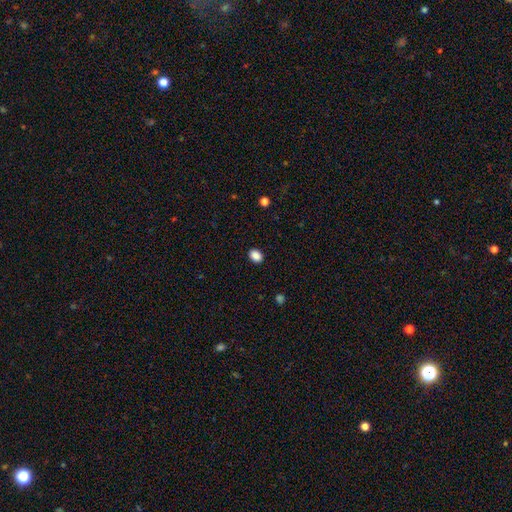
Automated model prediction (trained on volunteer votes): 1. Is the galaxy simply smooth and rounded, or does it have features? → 89% smooth, 9% star or artifact, 2% featured or disk.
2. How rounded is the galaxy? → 71% in between, 28% round, 1% cigar-shaped.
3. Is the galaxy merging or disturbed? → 90% none, 7% minor disturbance, 2% major disturbance, 1% merger.